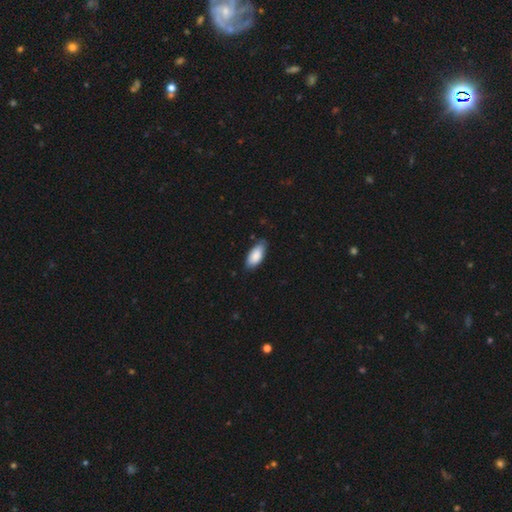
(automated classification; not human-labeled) A smooth galaxy with no disk features (86%) that is in between round and cigar-shaped (89%). Merging: none (75%).